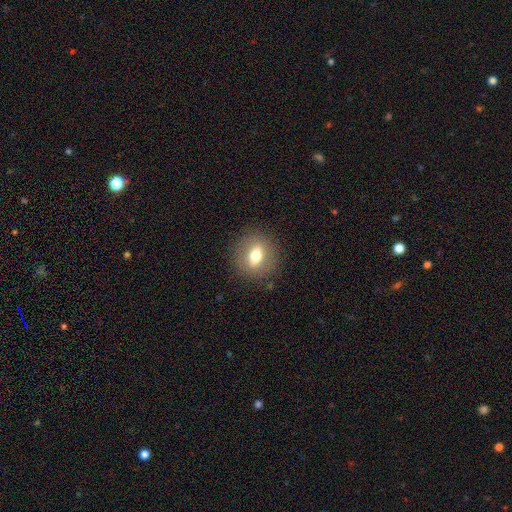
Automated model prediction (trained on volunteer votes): Q: Smooth or featured?
A: smooth (59%); runner-up: featured or disk (32%)
Q: How rounded?
A: round (55%); runner-up: in between (41%)
Q: Merging?
A: none (87%); runner-up: minor disturbance (9%)